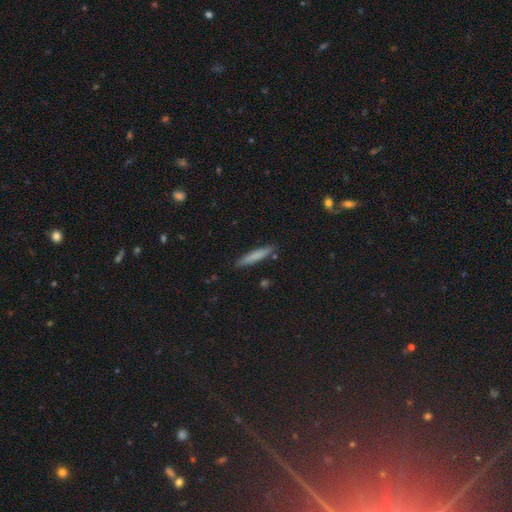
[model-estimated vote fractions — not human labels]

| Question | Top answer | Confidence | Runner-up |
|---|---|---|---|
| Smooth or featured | smooth | 75% | featured or disk (18%) |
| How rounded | cigar-shaped | 93% | in between (6%) |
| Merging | none | 87% | minor disturbance (9%) |